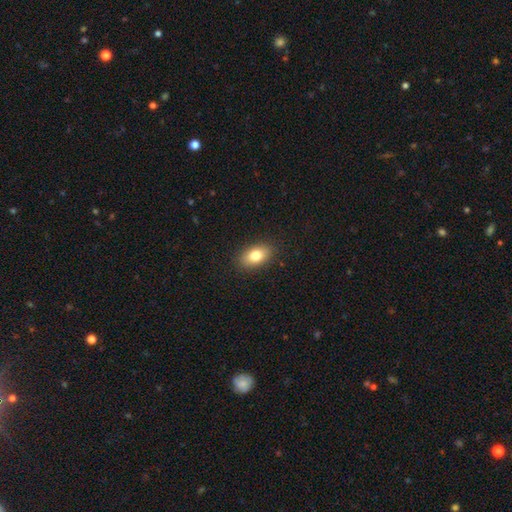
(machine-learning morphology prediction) This appears to be a smooth galaxy with no disk features (80%) that is in between round and cigar-shaped (89%). Merging: none (88%).